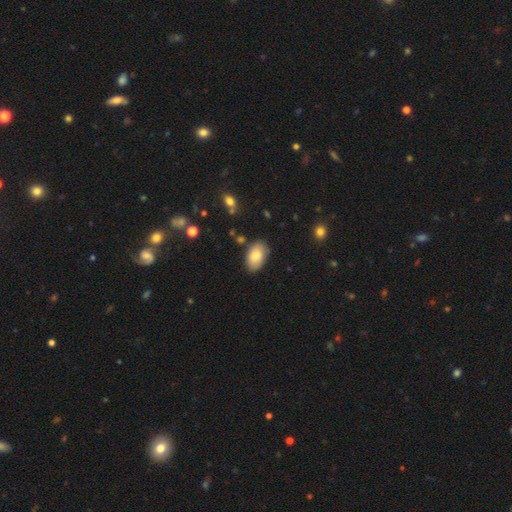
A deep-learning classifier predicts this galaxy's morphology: type=smooth (84%); roundness=in between (94%); merging=none (81%).